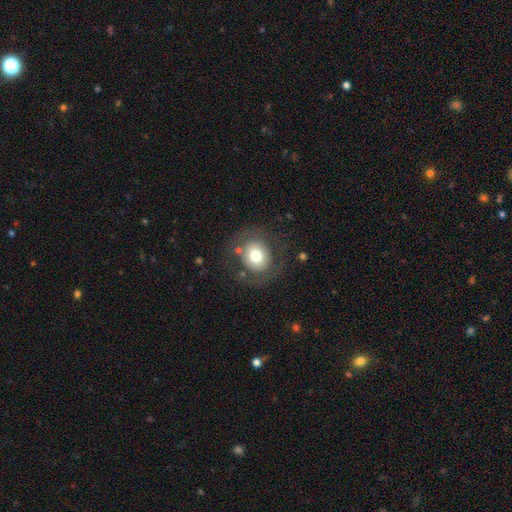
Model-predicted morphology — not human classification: Q: Smooth or featured?
A: smooth (67%); runner-up: featured or disk (22%)
Q: How rounded?
A: round (82%); runner-up: in between (17%)
Q: Merging?
A: none (76%); runner-up: minor disturbance (12%)